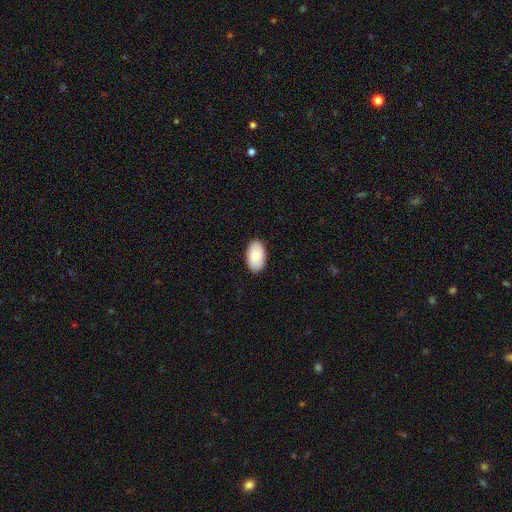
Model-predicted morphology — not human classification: Smooth or featured? smooth (81%)
How rounded? in between (95%)
Merging? none (89%)